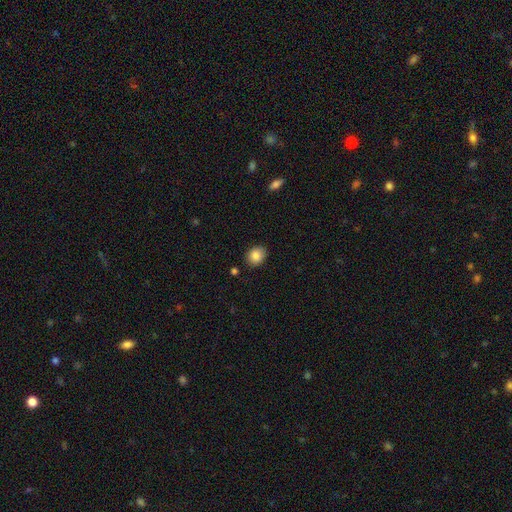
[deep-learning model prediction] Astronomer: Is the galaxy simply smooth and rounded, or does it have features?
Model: smooth — 86%.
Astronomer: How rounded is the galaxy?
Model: round — 60% (runner-up: in between, 39%).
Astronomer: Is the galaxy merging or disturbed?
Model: none — 86%.